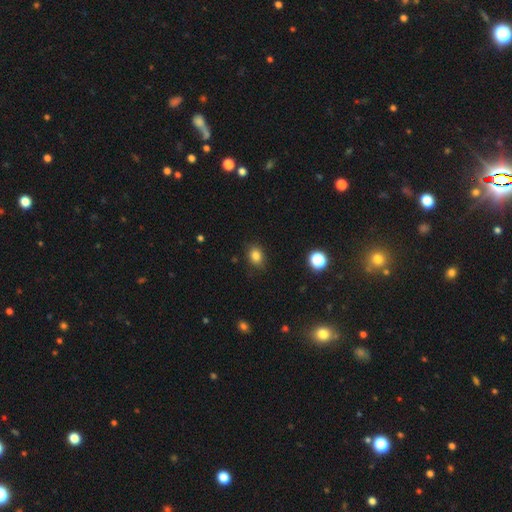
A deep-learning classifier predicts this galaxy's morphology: smooth-or-featured: smooth: 83% | star or artifact: 12% | featured or disk: 6%
  how-rounded: in between: 54% | round: 45% | cigar-shaped: 1%
  merging: none: 82% | minor disturbance: 14% | major disturbance: 3% | merger: 1%